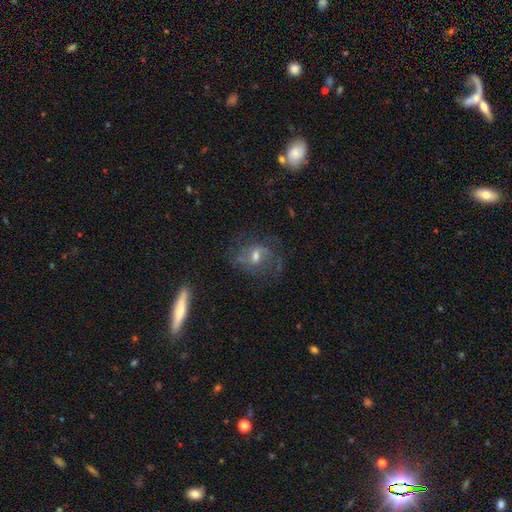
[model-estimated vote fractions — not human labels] This is likely a featured or disk galaxy (66%). It is clearly not viewed edge-on (94%). Bar: possibly weak (47%). Spiral arm pattern: likely yes (76%). Central bulge: possibly moderate (59%). Merging: likely none (61%).